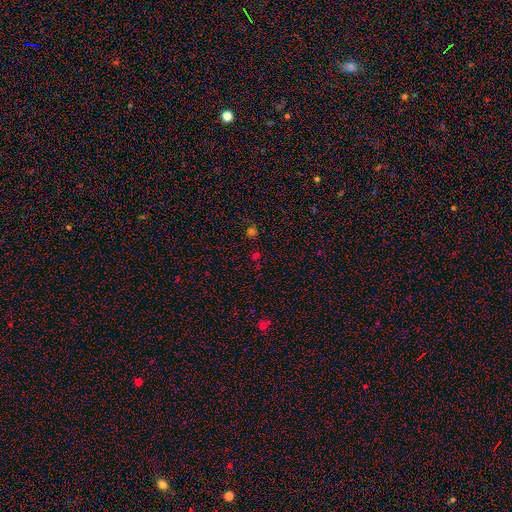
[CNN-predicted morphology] A smooth galaxy with no disk features (52%) that is round (85%). Merging: none (78%).